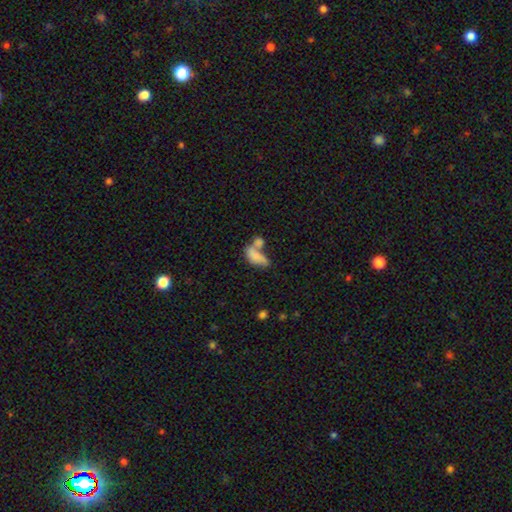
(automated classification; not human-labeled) Q: Smooth or featured?
A: smooth (69%); runner-up: featured or disk (21%)
Q: How rounded?
A: in between (84%); runner-up: cigar-shaped (11%)
Q: Merging?
A: merger (58%); runner-up: none (18%)